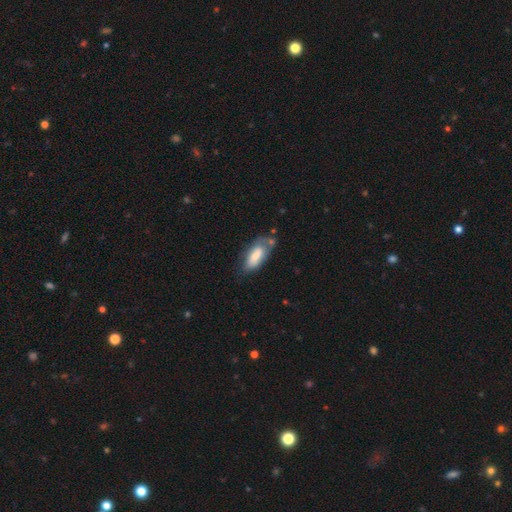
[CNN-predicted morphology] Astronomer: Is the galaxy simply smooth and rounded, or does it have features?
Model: smooth — 68%.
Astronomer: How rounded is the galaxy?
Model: in between — 82%.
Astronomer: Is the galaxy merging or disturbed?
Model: none — 43% (runner-up: minor disturbance, 32%).